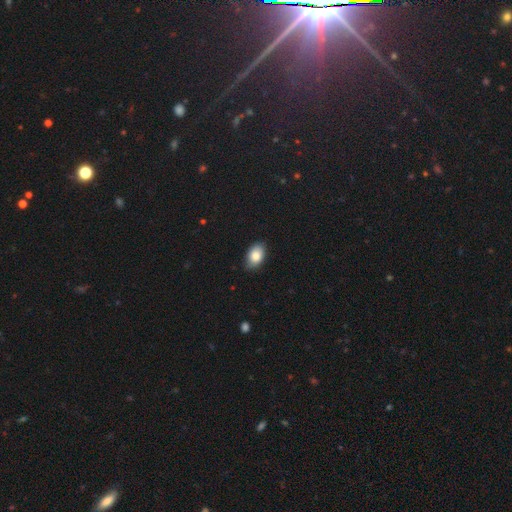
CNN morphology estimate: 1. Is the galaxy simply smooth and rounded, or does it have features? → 84% smooth, 9% featured or disk, 7% star or artifact.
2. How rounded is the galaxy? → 87% in between, 12% round, 1% cigar-shaped.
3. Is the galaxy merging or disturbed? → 78% none, 18% minor disturbance, 3% major disturbance, 1% merger.